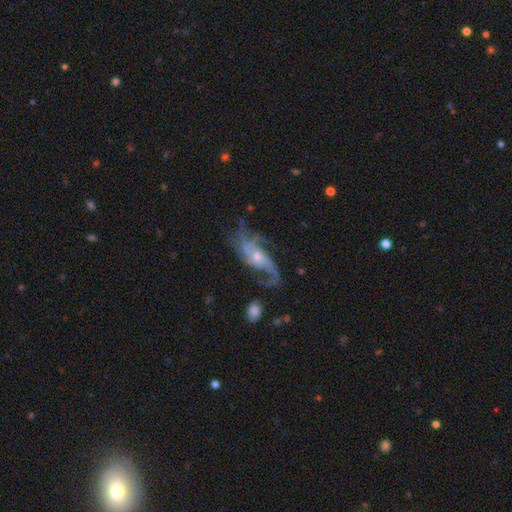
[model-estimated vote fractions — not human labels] The model was most divided on "spiral winding": medium: 42%, loose: 37%, tight: 20%. Remaining: spiral arms — yes (95%); edge-on disk — no (95%); smooth or featured — featured or disk (86%); bar — no (63%); merging — none (58%); bulge size — small (57%); spiral arm count — 2 (35%).